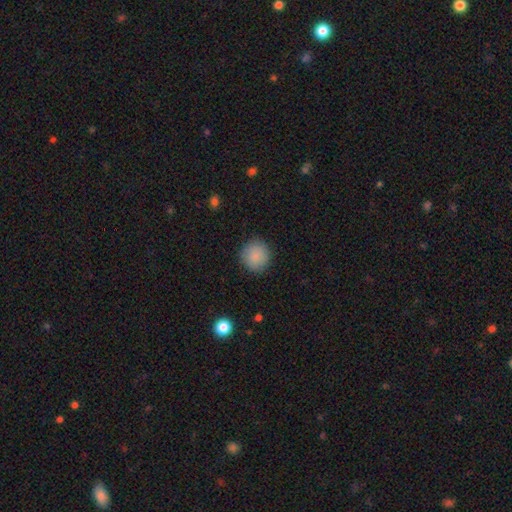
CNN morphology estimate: smooth-or-featured: smooth: 88% | star or artifact: 8% | featured or disk: 4%
  how-rounded: round: 93% | in between: 6% | cigar-shaped: 1%
  merging: none: 89% | minor disturbance: 8% | major disturbance: 2% | merger: 1%